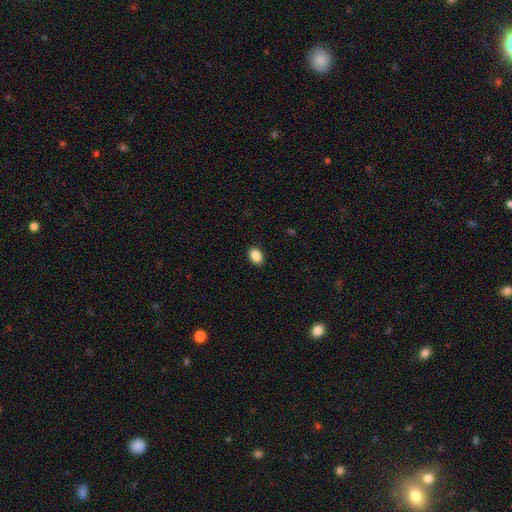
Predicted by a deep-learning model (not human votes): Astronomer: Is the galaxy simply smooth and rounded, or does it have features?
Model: smooth — 89%.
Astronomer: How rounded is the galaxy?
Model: in between — 83%.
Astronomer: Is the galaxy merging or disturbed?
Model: none — 90%.